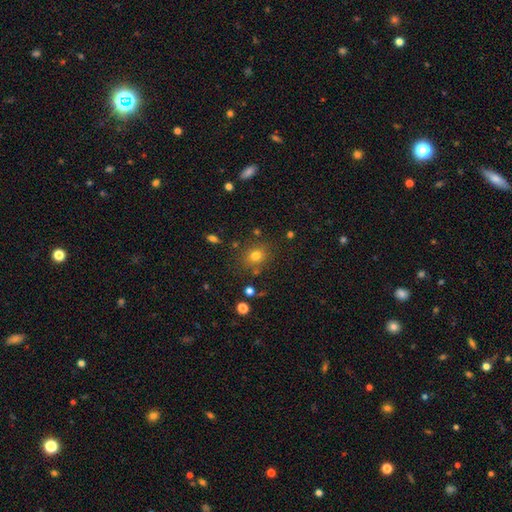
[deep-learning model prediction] Smooth or featured? smooth (75%)
How rounded? round (66%)
Merging? none (80%)